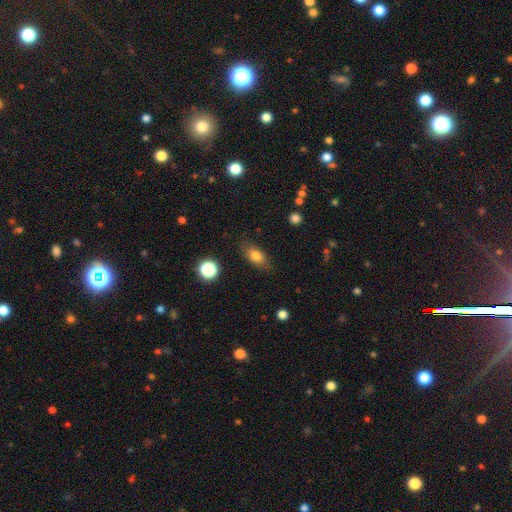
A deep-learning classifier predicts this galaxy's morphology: smooth_or_featured: smooth (p=0.77) [alt: featured or disk p=0.14]
how_rounded: in between (p=0.82) [alt: round p=0.10]
merging: none (p=0.79) [alt: minor disturbance p=0.15]